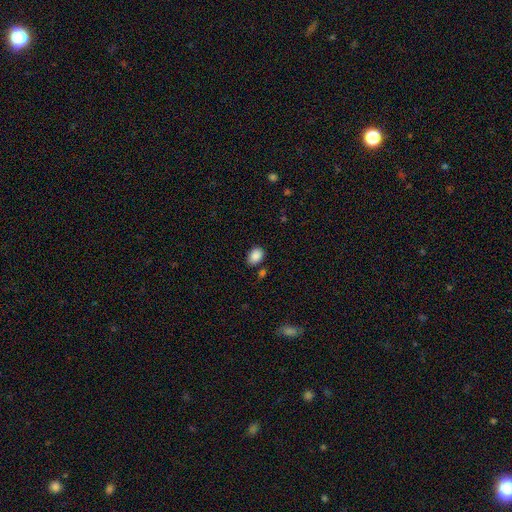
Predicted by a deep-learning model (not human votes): Smooth or featured?
  - smooth: 89% *
  - star or artifact: 8%
  - featured or disk: 3%
How rounded?
  - in between: 76% *
  - round: 22%
  - cigar-shaped: 1%
Merging?
  - none: 77% *
  - minor disturbance: 14%
  - merger: 5%
  - major disturbance: 4%